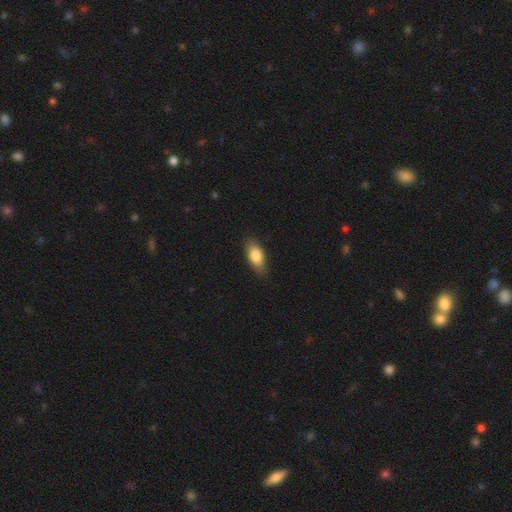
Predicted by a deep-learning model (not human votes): A smooth galaxy with no disk features (80%) that is in between round and cigar-shaped (84%).

Vote fractions:
- Smooth or featured? smooth: 80% / featured or disk: 14% / star or artifact: 6%
- How rounded? in between: 84% / cigar-shaped: 12% / round: 4%
- Merging? none: 83% / minor disturbance: 14% / major disturbance: 2% / merger: 1%